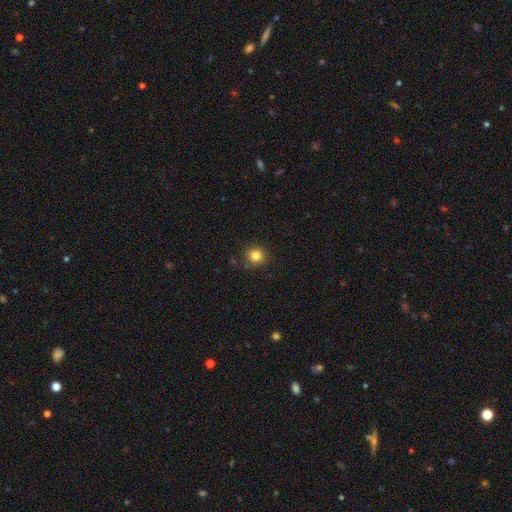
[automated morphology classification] Smooth or featured? Predicted: smooth (p=0.83). How rounded? Predicted: round (p=0.91). Merging? Predicted: none (p=0.88).